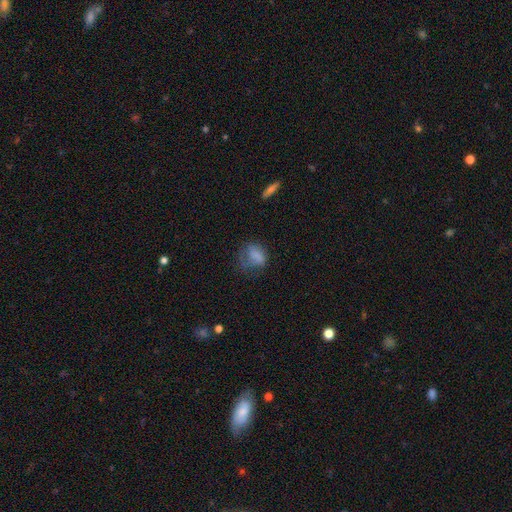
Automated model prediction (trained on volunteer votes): smooth_or_featured: smooth (p=0.71) [alt: featured or disk p=0.17]
how_rounded: in between (p=0.66) [alt: round p=0.32]
merging: none (p=0.37) [alt: major disturbance p=0.32]